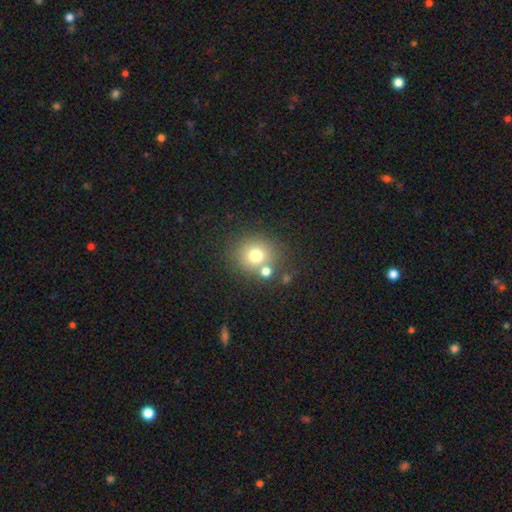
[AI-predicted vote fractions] A smooth galaxy with no disk features (73%) that is round (87%). Merging: none (66%).